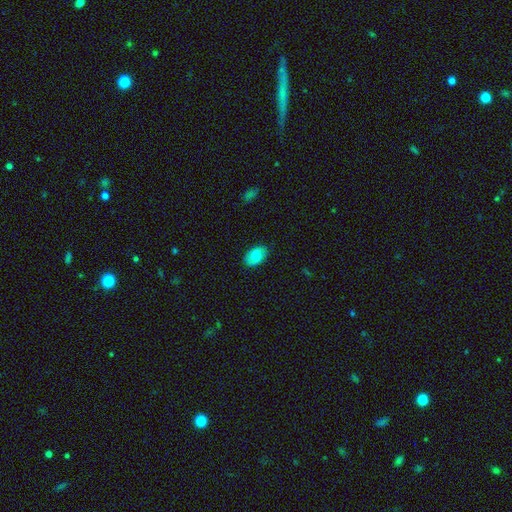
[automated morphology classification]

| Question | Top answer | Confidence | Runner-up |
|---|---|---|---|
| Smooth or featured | smooth | 76% | featured or disk (17%) |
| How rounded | in between | 91% | round (7%) |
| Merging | none | 85% | minor disturbance (12%) |